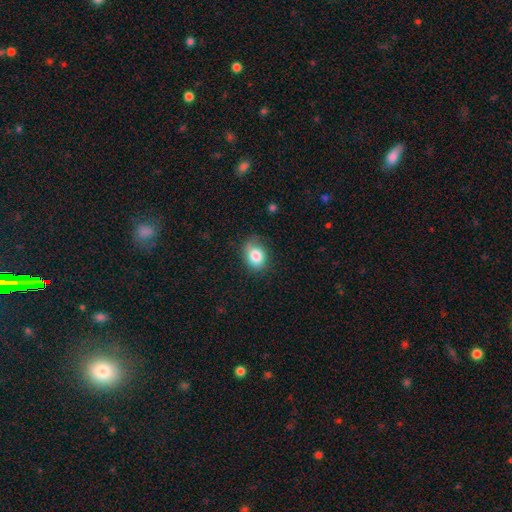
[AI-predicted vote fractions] Smooth or featured?
  - smooth: 83% *
  - star or artifact: 9%
  - featured or disk: 8%
How rounded?
  - in between: 60% *
  - round: 39%
  - cigar-shaped: 1%
Merging?
  - none: 69% *
  - minor disturbance: 24%
  - major disturbance: 6%
  - merger: 1%